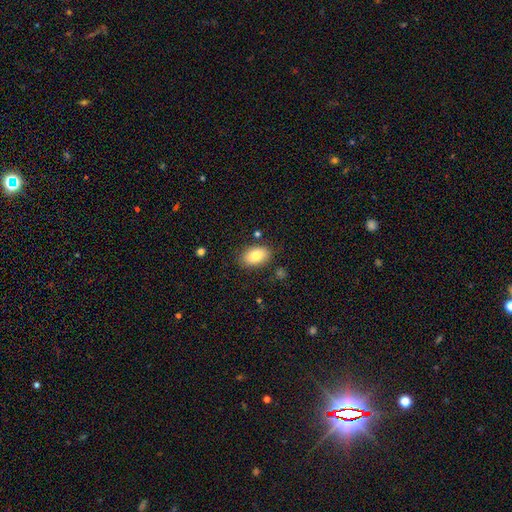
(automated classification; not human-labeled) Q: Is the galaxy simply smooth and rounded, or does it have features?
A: smooth — 82%.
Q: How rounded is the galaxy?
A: in between — 92%.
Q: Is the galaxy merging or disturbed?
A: none — 83%.